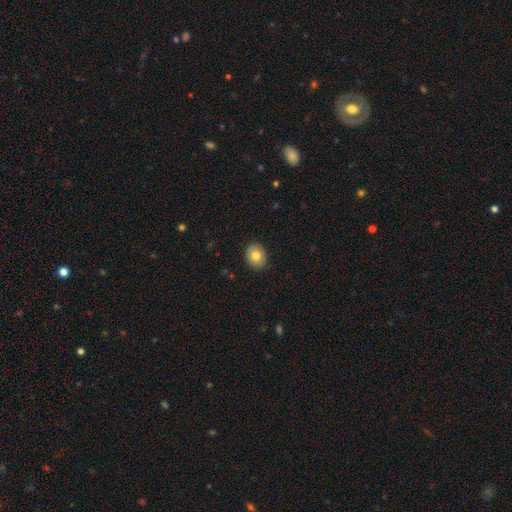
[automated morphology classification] smooth_or_featured: smooth (p=0.79) [alt: featured or disk p=0.12]
how_rounded: round (p=0.56) [alt: in between p=0.43]
merging: none (p=0.90) [alt: minor disturbance p=0.07]